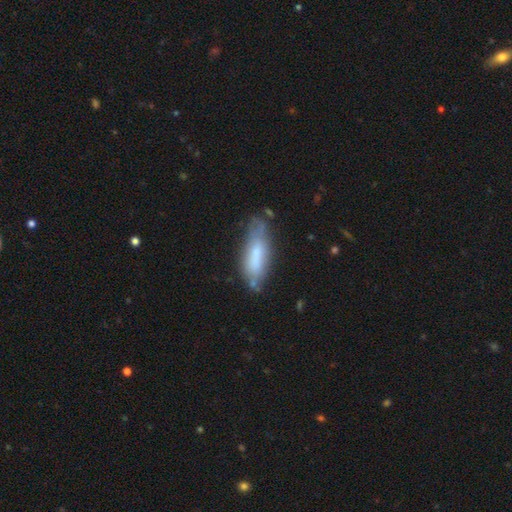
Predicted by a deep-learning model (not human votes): smooth_or_featured: smooth (p=0.61) [alt: featured or disk p=0.32]
how_rounded: in between (p=0.53) [alt: cigar-shaped p=0.46]
merging: none (p=0.61) [alt: minor disturbance p=0.27]